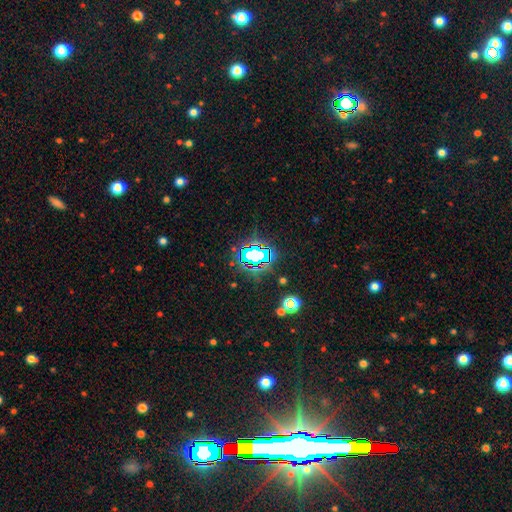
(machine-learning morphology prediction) Smooth or featured? Predicted: star or artifact (p=0.65).